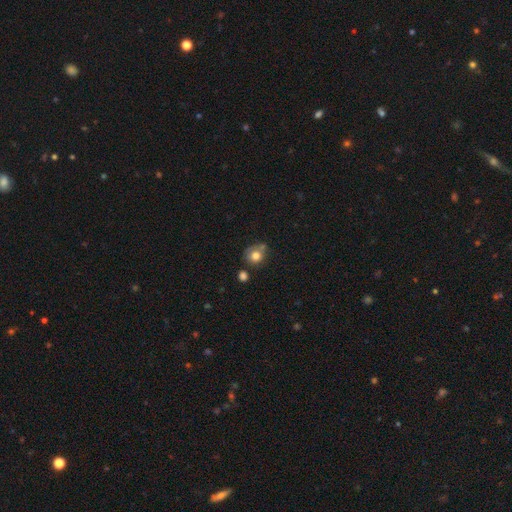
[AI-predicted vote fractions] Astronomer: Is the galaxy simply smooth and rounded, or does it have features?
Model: smooth — 76%.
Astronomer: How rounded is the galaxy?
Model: round — 73%.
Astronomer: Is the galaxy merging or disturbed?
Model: none — 51%.